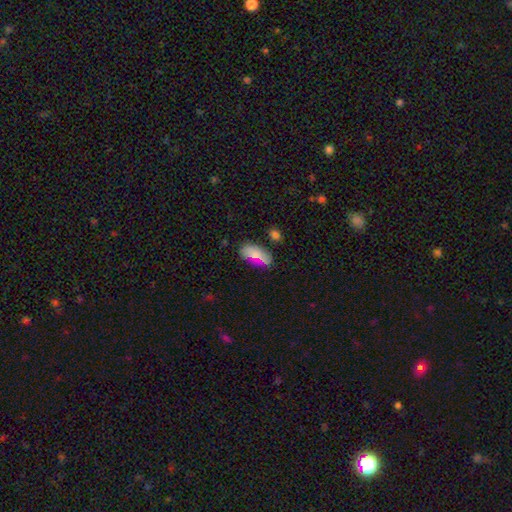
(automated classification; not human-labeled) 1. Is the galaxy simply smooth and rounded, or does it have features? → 75% smooth, 13% featured or disk, 12% star or artifact.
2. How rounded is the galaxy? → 90% in between, 6% cigar-shaped, 4% round.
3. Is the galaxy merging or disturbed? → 75% none, 17% minor disturbance, 4% major disturbance, 4% merger.